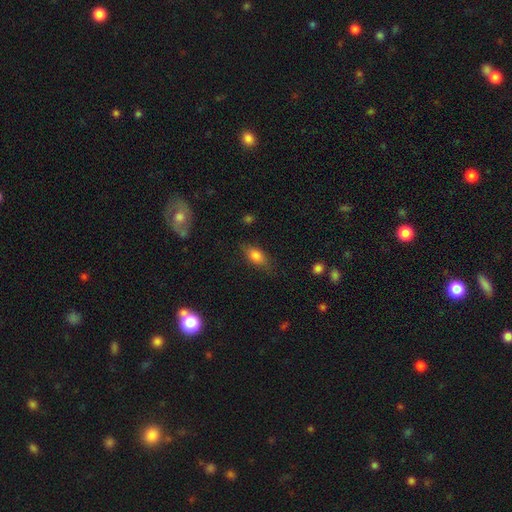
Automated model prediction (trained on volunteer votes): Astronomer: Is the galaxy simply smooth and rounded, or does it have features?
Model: smooth — 76%.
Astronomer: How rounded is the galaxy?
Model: in between — 81%.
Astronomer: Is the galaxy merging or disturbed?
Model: none — 75%.